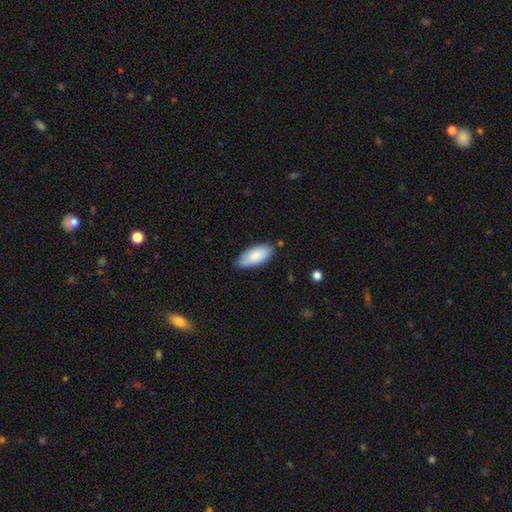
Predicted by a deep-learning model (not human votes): This appears to be a smooth galaxy with no disk features (82%) that is in between round and cigar-shaped (88%). Merging: none (80%).